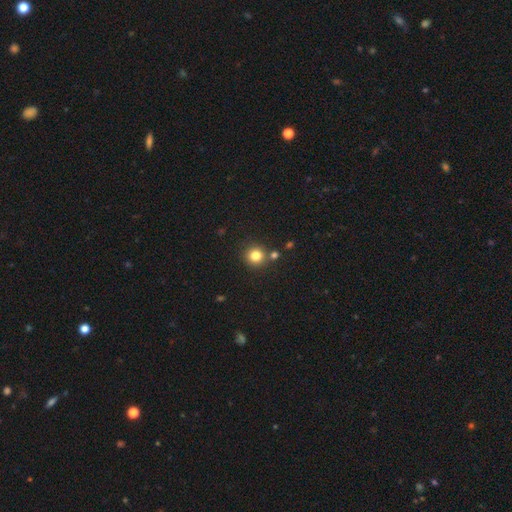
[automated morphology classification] type=smooth (81%); roundness=round (92%); merging=none (81%).